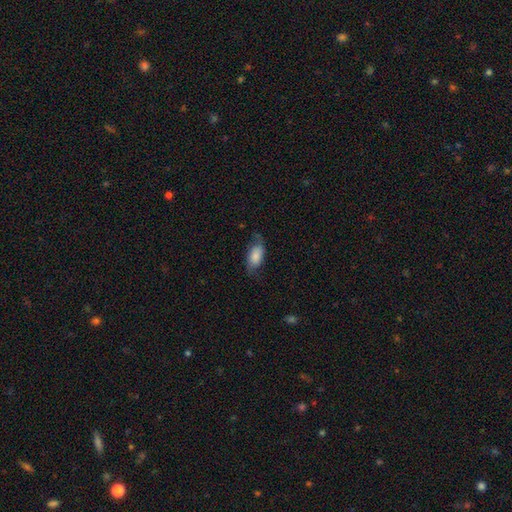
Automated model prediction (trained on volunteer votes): This appears to be a smooth galaxy with no disk features (72%) that is in between round and cigar-shaped (90%). Merging: none (61%).